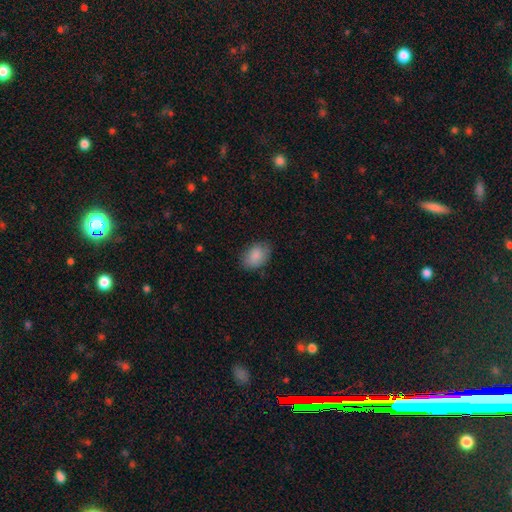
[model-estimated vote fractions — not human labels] Morphology: type=smooth (87%); roundness=in between (85%); merging=none (79%).